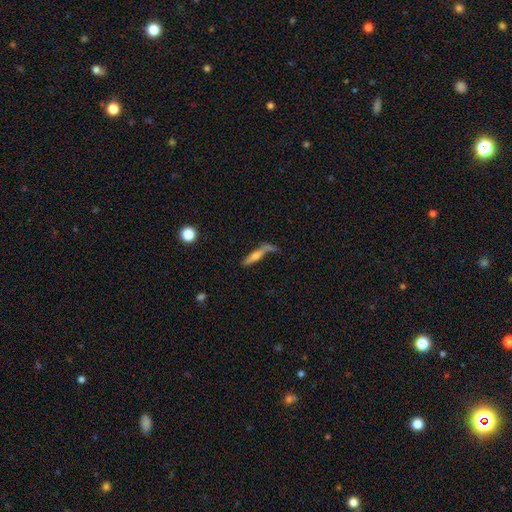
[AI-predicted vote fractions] The model was most divided on "smooth or featured": featured or disk: 48%, smooth: 43%, star or artifact: 8%. Remaining: merging — none (47%).